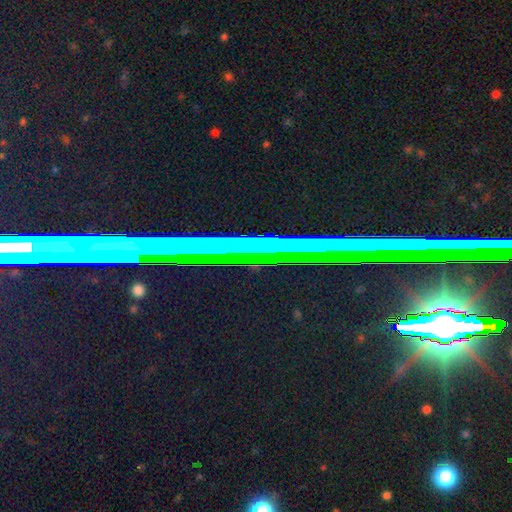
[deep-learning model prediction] Smooth or featured?
  - star or artifact: 75% *
  - featured or disk: 15%
  - smooth: 9%